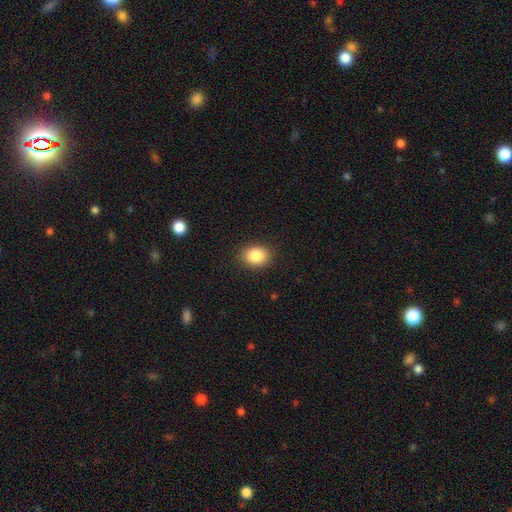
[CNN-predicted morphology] The model was most divided on "how rounded": in between: 60%, round: 40%, cigar-shaped: 1%. More confident: merging — none (89%); smooth or featured — smooth (86%).